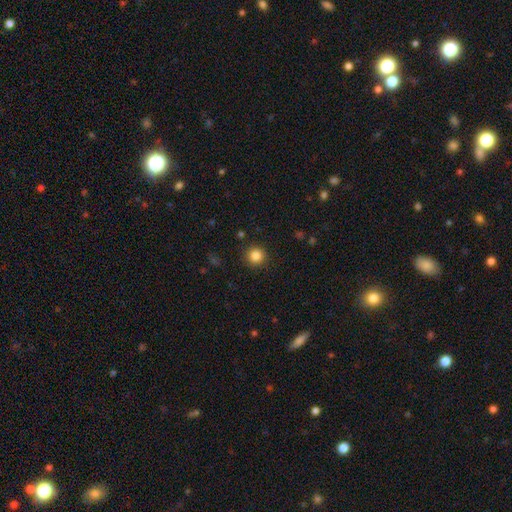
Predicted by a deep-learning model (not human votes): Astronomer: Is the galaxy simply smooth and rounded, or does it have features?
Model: smooth — 85%.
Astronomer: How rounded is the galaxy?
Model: round — 95%.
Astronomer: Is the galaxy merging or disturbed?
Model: none — 91%.